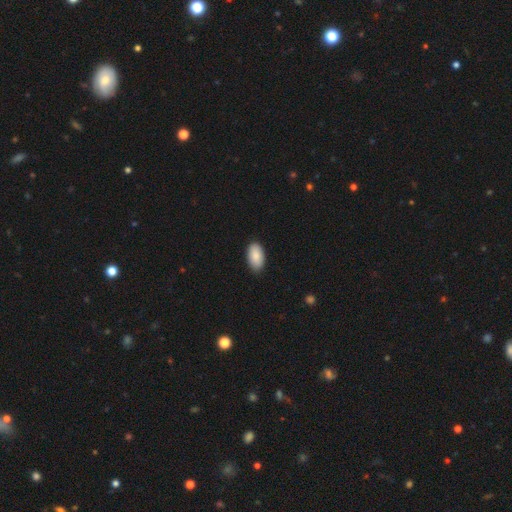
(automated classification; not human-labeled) A smooth galaxy with no disk features (88%) that is in between round and cigar-shaped (96%). Merging: none (87%).